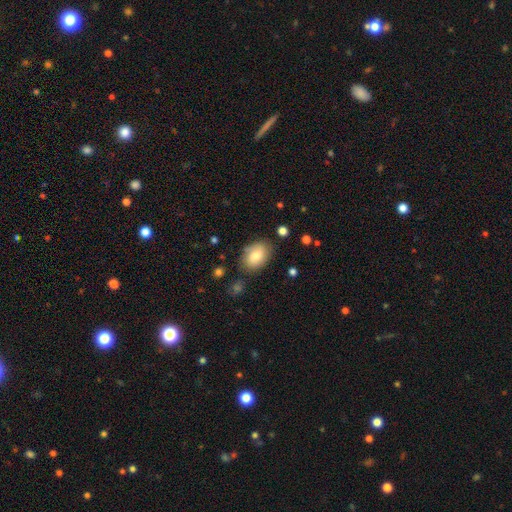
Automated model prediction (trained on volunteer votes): Smooth or featured? Predicted: smooth (p=0.76). How rounded? Predicted: in between (p=0.86). Merging? Predicted: none (p=0.78).